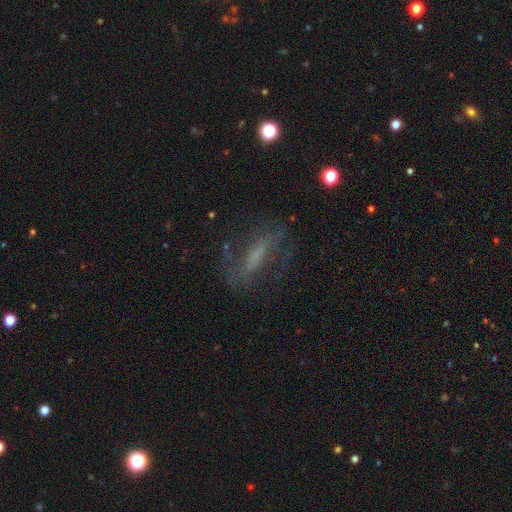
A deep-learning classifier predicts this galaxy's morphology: The model was most divided on "smooth or featured": featured or disk: 59%, smooth: 27%, star or artifact: 14%. More confident: edge-on disk — no (73%); merging — none (66%).